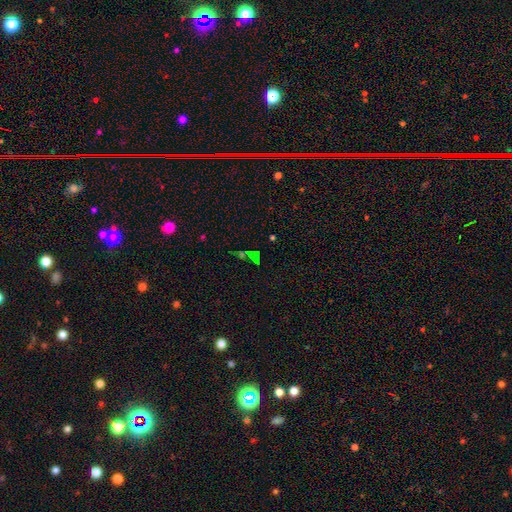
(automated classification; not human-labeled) Smooth or featured: star or artifact — 59% (smooth — 27%)